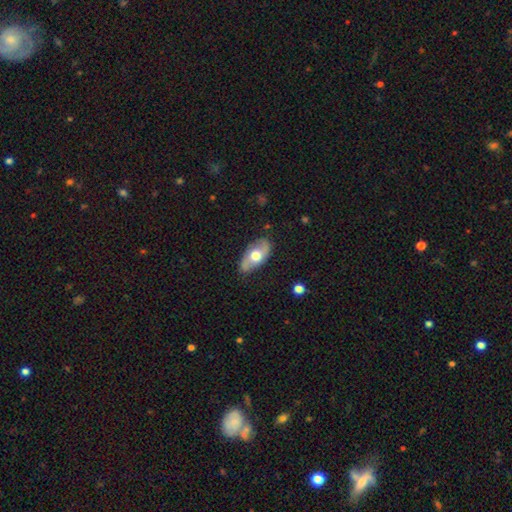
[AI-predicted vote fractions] Smooth or featured?
  - featured or disk: 48% *
  - smooth: 46%
  - star or artifact: 5%
Merging?
  - none: 78% *
  - minor disturbance: 16%
  - major disturbance: 4%
  - merger: 1%